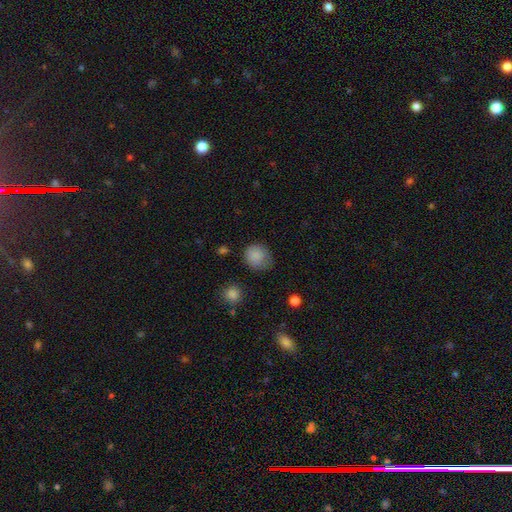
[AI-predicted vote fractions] Smooth or featured: smooth — 85% (star or artifact — 10%)
How rounded: round — 77% (in between — 22%)
Merging: none — 63% (minor disturbance — 28%)